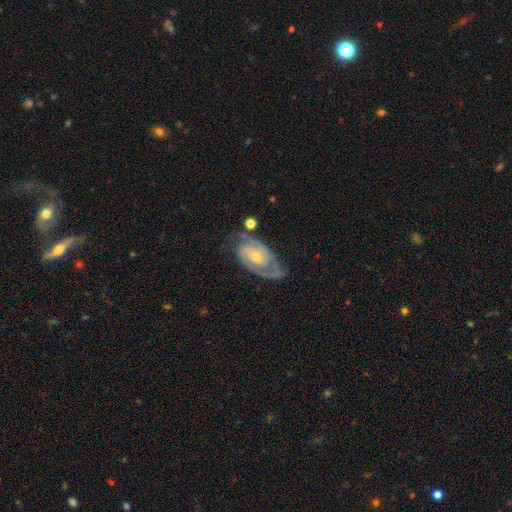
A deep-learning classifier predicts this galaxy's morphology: Smooth or featured?
  - featured or disk: 85% *
  - smooth: 10%
  - star or artifact: 5%
Edge-on disk?
  - no: 96% *
  - yes: 4%
Bar?
  - no: 64% *
  - weak: 29%
  - strong: 7%
Spiral arms?
  - yes: 94% *
  - no: 6%
Spiral winding?
  - tight: 54% *
  - medium: 37%
  - loose: 9%
Spiral arm count?
  - 2: 75% *
  - can't tell: 12%
  - 3: 5%
  - 1: 4%
  - 4: 2%
  - more than 4: 2%
Bulge size?
  - small: 68% *
  - moderate: 26%
  - none: 3%
  - large: 2%
  - dominant: 1%
Merging?
  - none: 63% *
  - minor disturbance: 22%
  - major disturbance: 12%
  - merger: 4%